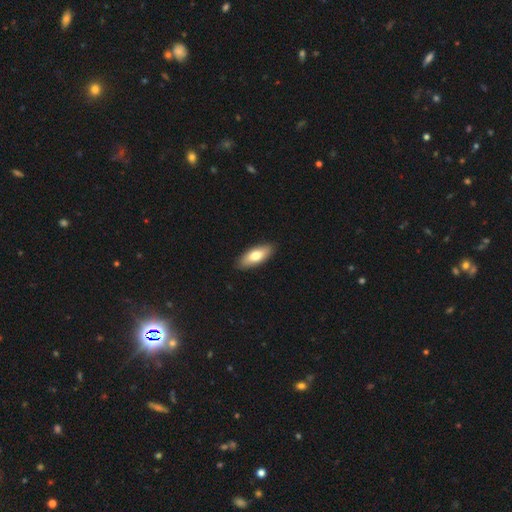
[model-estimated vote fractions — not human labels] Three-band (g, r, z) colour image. It shows a smooth galaxy with no disk features (74%) that is in between round and cigar-shaped (78%). Merging: none (89%).